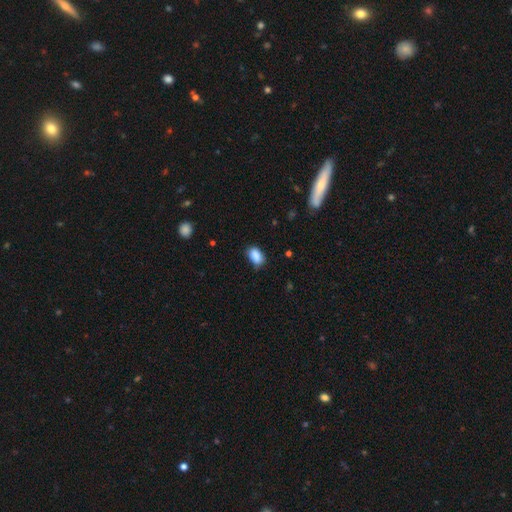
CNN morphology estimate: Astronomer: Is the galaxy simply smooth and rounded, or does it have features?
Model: smooth — 88%.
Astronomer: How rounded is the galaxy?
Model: in between — 88%.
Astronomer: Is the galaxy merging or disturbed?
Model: none — 69%.